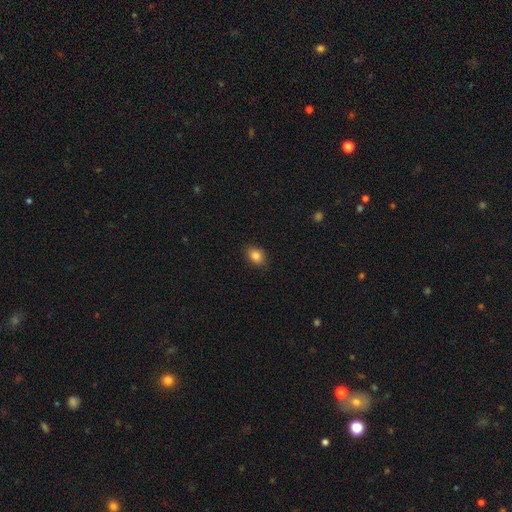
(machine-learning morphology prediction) smooth 84%, star or artifact 10%, featured or disk 6%. Down the decision tree: how rounded — in between (65%); merging — none (88%).